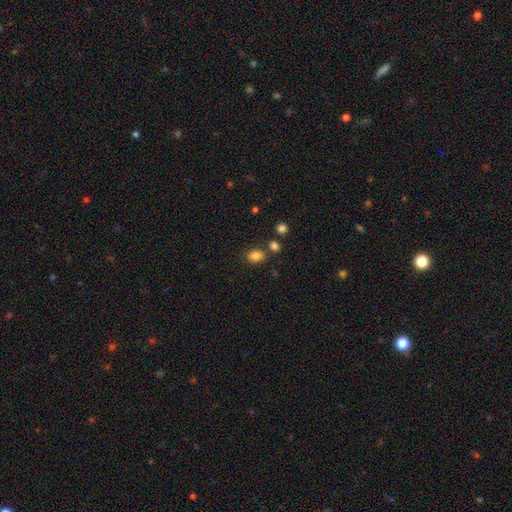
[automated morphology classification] Smooth or featured? smooth (83%)
How rounded? in between (67%)
Merging? none (72%)